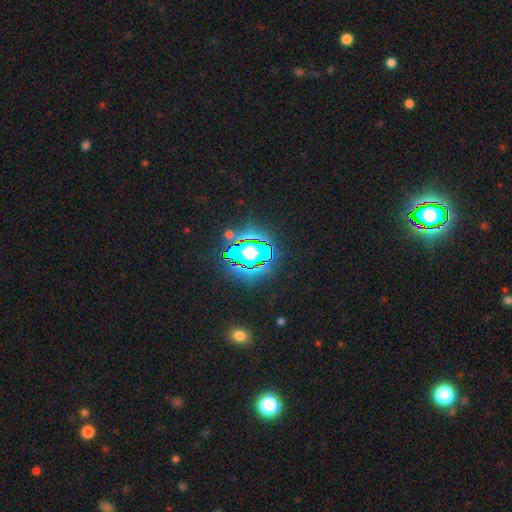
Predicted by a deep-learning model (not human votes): A star or artifact, not a galaxy (77%).

Vote fractions:
- Smooth or featured? star or artifact: 77% / smooth: 12% / featured or disk: 11%